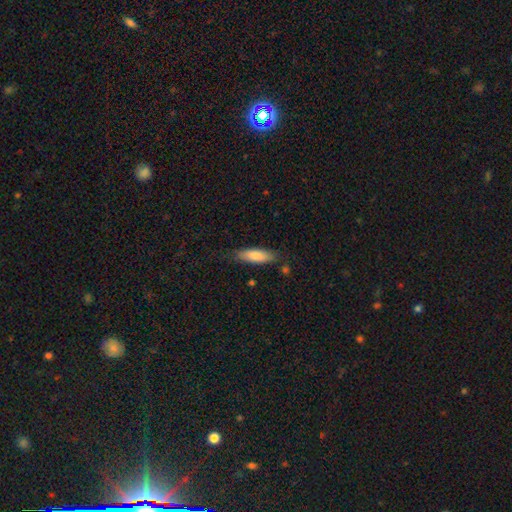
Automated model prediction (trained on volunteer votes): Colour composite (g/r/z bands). It shows a smooth galaxy with no disk features (82%) that is in between round and cigar-shaped (52%). Merging: none (78%).